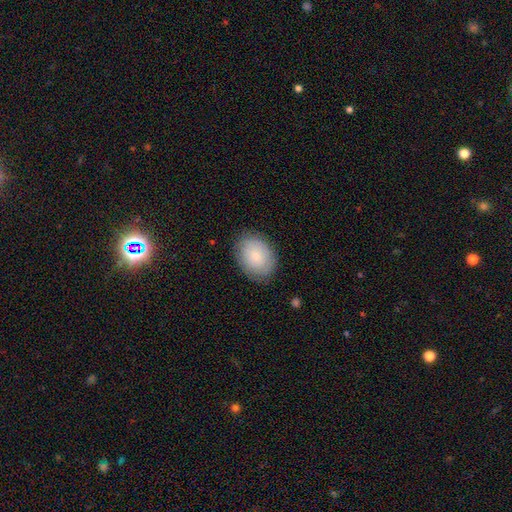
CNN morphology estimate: This is likely a smooth galaxy (77%). How rounded: likely in between (67%). Merging: clearly none (82%).